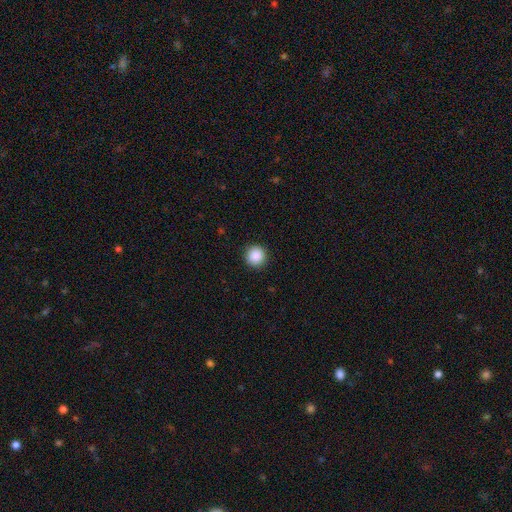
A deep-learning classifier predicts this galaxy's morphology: Smooth or featured? Predicted: smooth (p=0.88). How rounded? Predicted: round (p=0.95). Merging? Predicted: none (p=0.92).